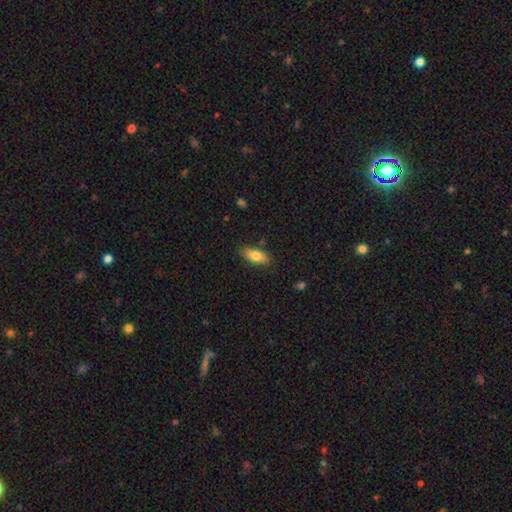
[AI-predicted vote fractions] Smooth or featured: smooth — 79% (featured or disk — 14%)
How rounded: in between — 84% (cigar-shaped — 13%)
Merging: none — 84% (minor disturbance — 12%)